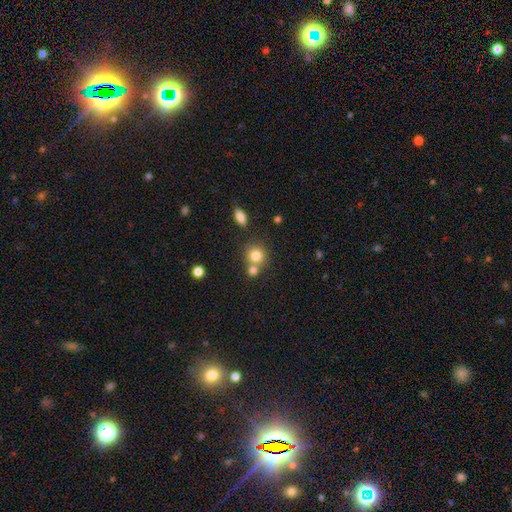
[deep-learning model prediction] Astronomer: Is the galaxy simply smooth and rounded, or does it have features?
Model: smooth — 79%.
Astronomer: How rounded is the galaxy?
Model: round — 85%.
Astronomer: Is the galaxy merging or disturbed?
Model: none — 53% (runner-up: merger, 35%).